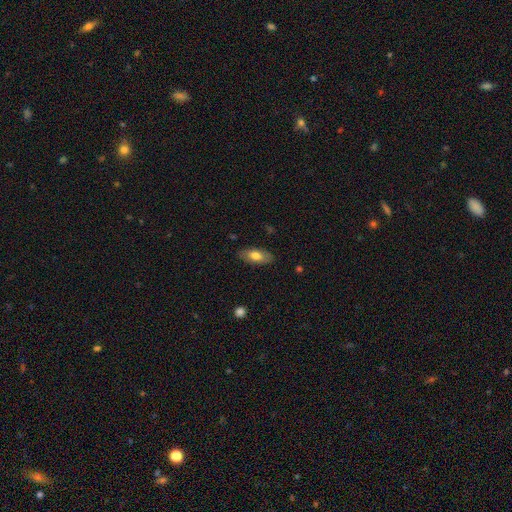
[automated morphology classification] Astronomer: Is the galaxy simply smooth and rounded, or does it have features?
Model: smooth — 72%.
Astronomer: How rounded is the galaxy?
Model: in between — 84%.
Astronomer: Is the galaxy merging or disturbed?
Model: none — 86%.